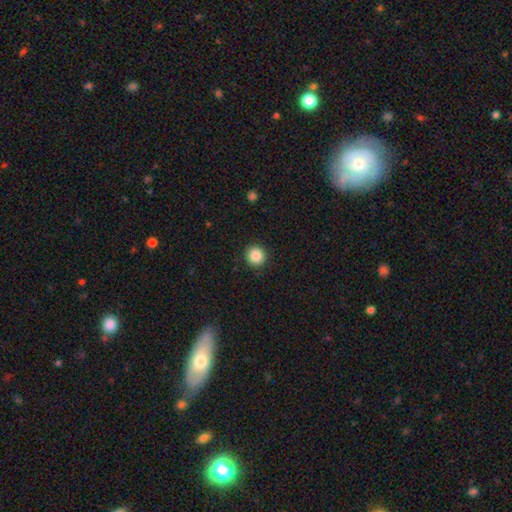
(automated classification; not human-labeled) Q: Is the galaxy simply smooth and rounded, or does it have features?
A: smooth — 87%.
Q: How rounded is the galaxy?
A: round — 94%.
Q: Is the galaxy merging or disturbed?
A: none — 92%.